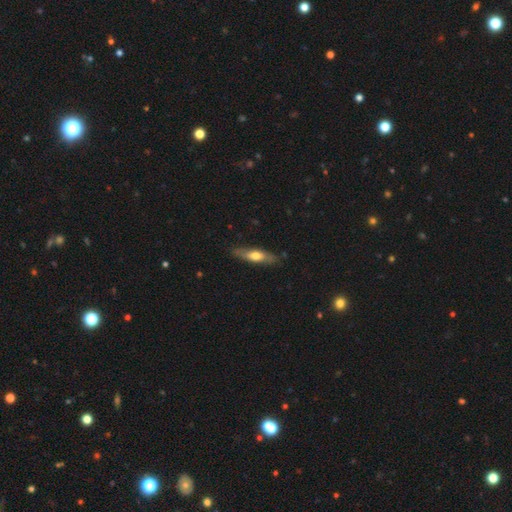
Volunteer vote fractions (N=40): Smooth or featured? smooth (52%)
How rounded? cigar-shaped (67%)
Merging? none (69%)